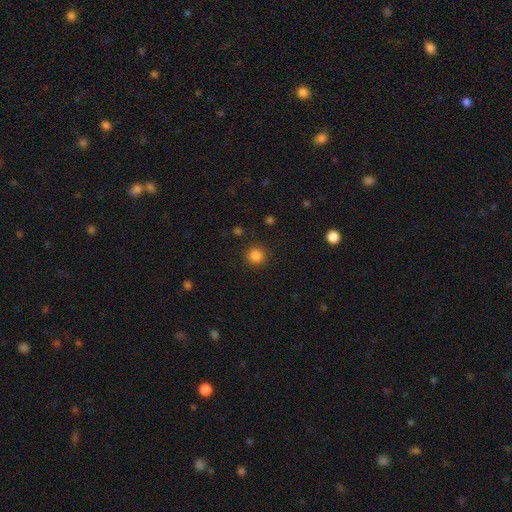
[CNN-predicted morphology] smooth-or-featured: smooth: 84% | star or artifact: 12% | featured or disk: 4%
  how-rounded: round: 94% | in between: 5% | cigar-shaped: 1%
  merging: none: 90% | minor disturbance: 6% | major disturbance: 2% | merger: 1%